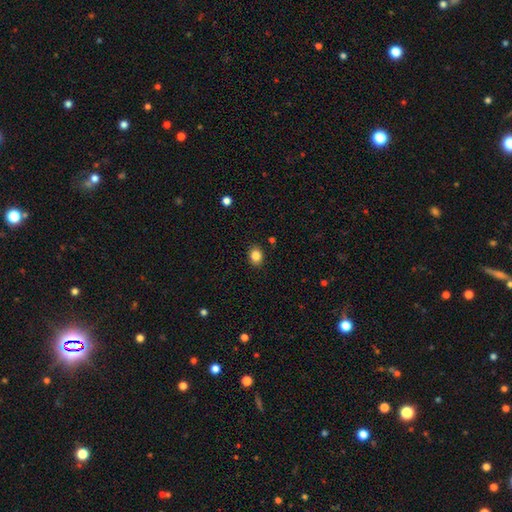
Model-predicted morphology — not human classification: smooth-or-featured: smooth: 85% | star or artifact: 10% | featured or disk: 5%
  how-rounded: round: 52% | in between: 47% | cigar-shaped: 1%
  merging: none: 89% | minor disturbance: 8% | major disturbance: 2% | merger: 1%